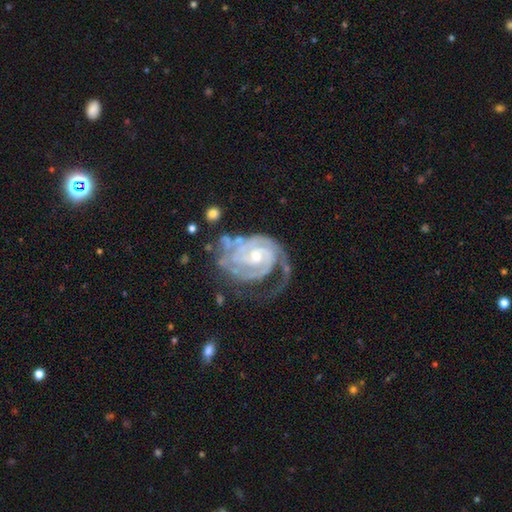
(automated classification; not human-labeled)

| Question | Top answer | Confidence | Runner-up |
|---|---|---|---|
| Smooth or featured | featured or disk | 90% | smooth (5%) |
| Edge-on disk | no | 98% | yes (2%) |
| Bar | no | 59% | weak (33%) |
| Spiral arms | yes | 97% | no (3%) |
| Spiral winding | tight | 70% | medium (24%) |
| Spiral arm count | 2 | 37% | can't tell (22%) |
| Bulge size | small | 56% | moderate (40%) |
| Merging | none | 46% | major disturbance (27%) |